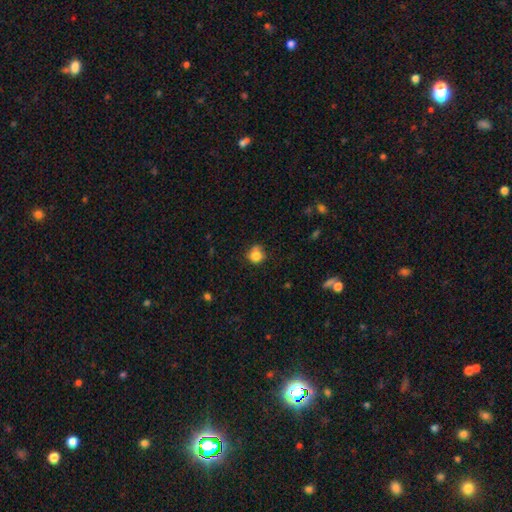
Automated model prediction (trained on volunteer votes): The model was most divided on "merging": none: 64%, minor disturbance: 27%, major disturbance: 6%, merger: 3%. More confident: how rounded — round (84%); smooth or featured — smooth (82%).